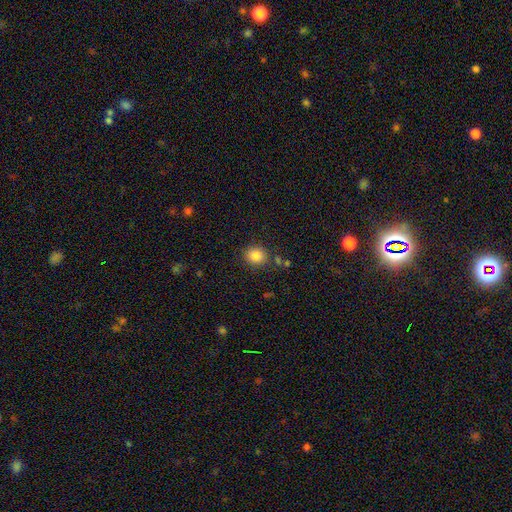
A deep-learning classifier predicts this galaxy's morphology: type=smooth (85%); roundness=round (78%); merging=none (83%).